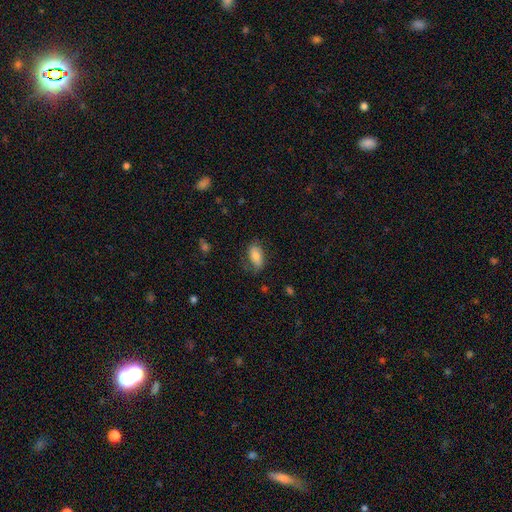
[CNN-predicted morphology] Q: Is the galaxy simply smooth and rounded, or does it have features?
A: smooth — 77%.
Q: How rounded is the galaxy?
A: in between — 90%.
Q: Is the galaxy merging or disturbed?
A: none — 68%.